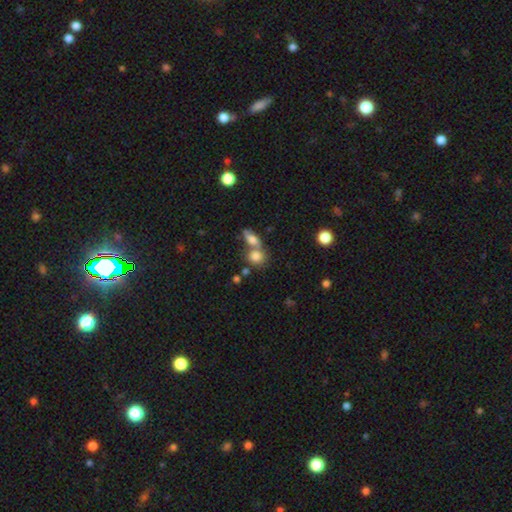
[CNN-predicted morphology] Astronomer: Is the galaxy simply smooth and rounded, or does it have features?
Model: smooth — 78%.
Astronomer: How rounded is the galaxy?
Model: round — 56% (runner-up: in between, 41%).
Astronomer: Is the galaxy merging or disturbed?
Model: merger — 50% (runner-up: none, 37%).